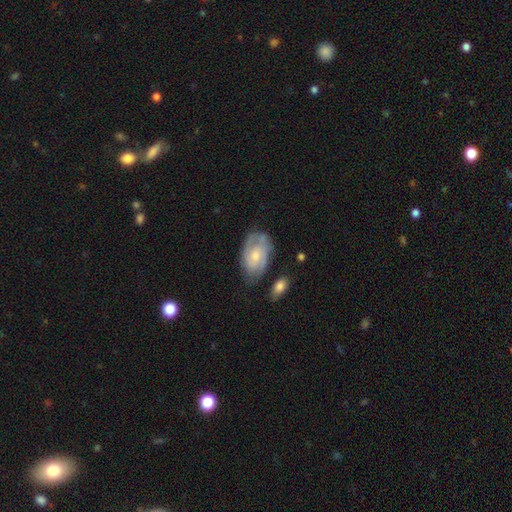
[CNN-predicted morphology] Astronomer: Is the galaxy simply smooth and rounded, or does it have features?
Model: featured or disk — 58% (runner-up: smooth, 36%).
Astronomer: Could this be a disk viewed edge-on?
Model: no — 95%.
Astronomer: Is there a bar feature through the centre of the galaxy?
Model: no — 69%.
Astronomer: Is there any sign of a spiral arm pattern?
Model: yes — 78%.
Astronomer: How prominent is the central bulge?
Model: small — 50% (runner-up: moderate, 40%).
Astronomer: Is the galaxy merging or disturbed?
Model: none — 58%.